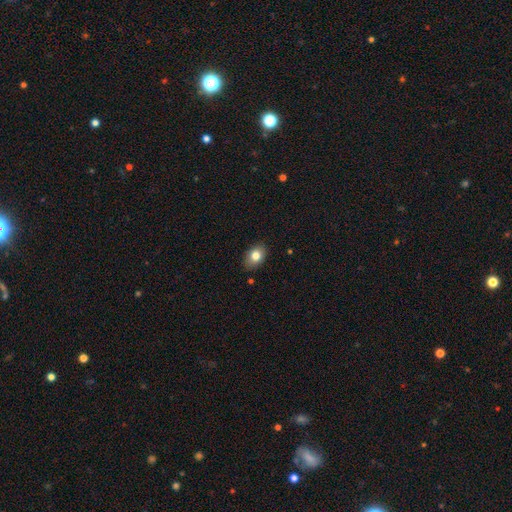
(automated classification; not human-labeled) A smooth galaxy with no disk features (80%) that is in between round and cigar-shaped (80%). Merging: none (85%).